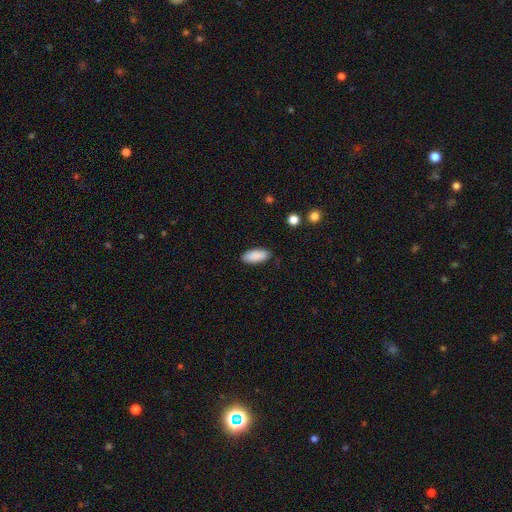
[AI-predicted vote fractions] A smooth galaxy with no disk features (89%) that is in between round and cigar-shaped (85%). Merging: none (86%).